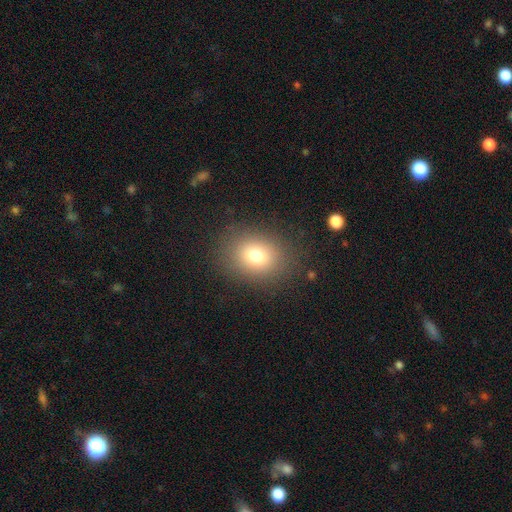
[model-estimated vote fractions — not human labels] The model was most divided on "how rounded": in between: 53%, round: 46%, cigar-shaped: 1%. More confident: merging — none (85%); smooth or featured — smooth (77%).